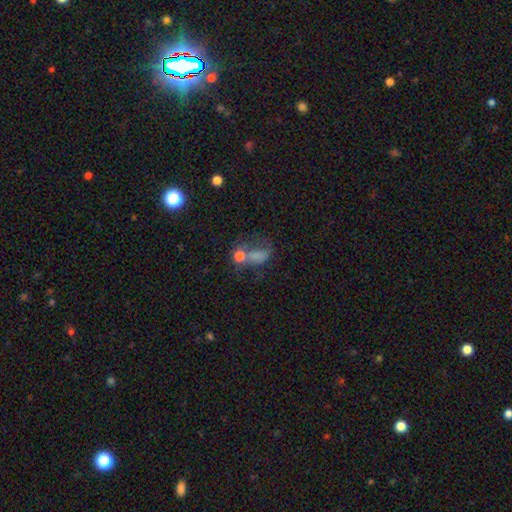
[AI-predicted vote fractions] smooth 43%, star or artifact 29%, featured or disk 28%. Down the decision tree: merging — none (31%).